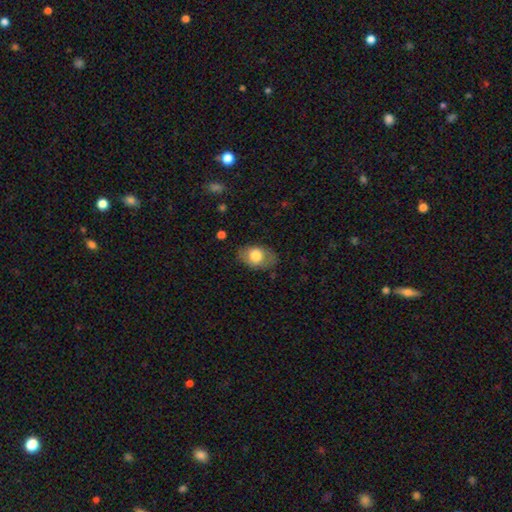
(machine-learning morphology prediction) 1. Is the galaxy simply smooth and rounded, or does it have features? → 74% smooth, 19% featured or disk, 7% star or artifact.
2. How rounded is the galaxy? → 83% in between, 16% round, 1% cigar-shaped.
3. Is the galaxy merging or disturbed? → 74% none, 18% minor disturbance, 6% major disturbance, 1% merger.